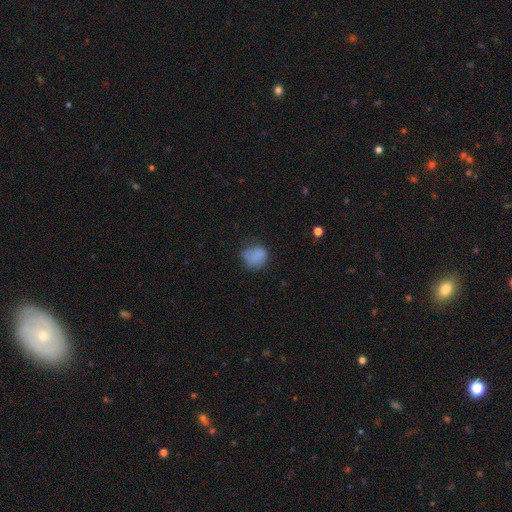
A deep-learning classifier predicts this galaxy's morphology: A smooth galaxy with no disk features (81%) that is round (66%).

Vote fractions:
- Smooth or featured? smooth: 81% / star or artifact: 10% / featured or disk: 9%
- How rounded? round: 66% / in between: 33% / cigar-shaped: 1%
- Merging? none: 54% / minor disturbance: 30% / major disturbance: 13% / merger: 3%